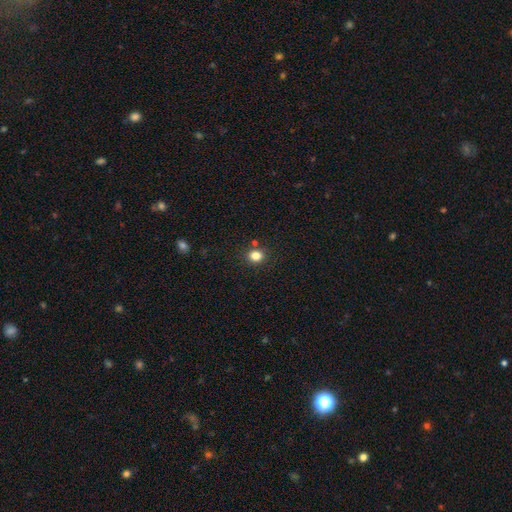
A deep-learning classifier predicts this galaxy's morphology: Smooth or featured? Predicted: smooth (p=0.82). How rounded? Predicted: round (p=0.74). Merging? Predicted: none (p=0.84).